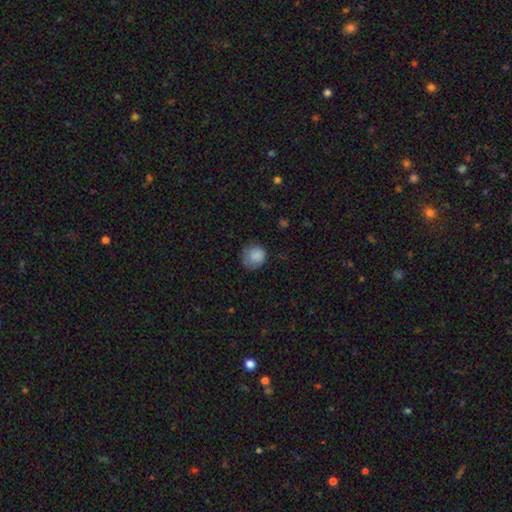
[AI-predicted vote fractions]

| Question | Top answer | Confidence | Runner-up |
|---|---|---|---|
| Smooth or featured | smooth | 84% | star or artifact (8%) |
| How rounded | round | 83% | in between (16%) |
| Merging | none | 65% | minor disturbance (25%) |